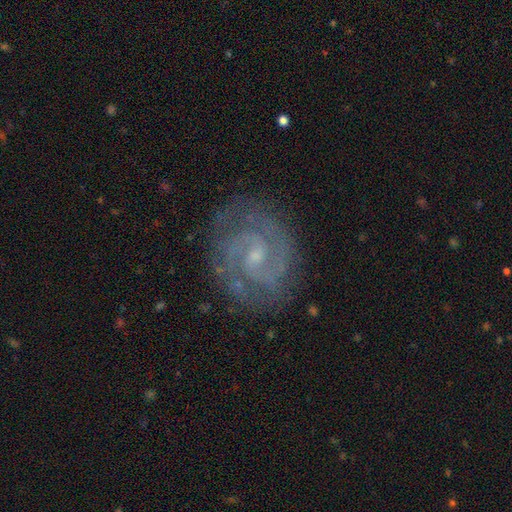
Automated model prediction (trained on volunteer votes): smooth-or-featured: featured or disk: 90% | star or artifact: 5% | smooth: 4%
  disk-edge-on: no: 98% | yes: 2%
    bar: weak: 52% | no: 37% | strong: 11%
    has-spiral-arms: yes: 98% | no: 2%
      spiral-winding: tight: 51% | medium: 43% | loose: 6%
      spiral-arm-count: 2: 83% | 3: 6% | can't tell: 5% | 4: 2% | 1: 2% | more than 4: 2%
    bulge-size: small: 66% | moderate: 25% | none: 7% | large: 1% | dominant: 1%
  merging: none: 82% | minor disturbance: 12% | major disturbance: 4% | merger: 1%